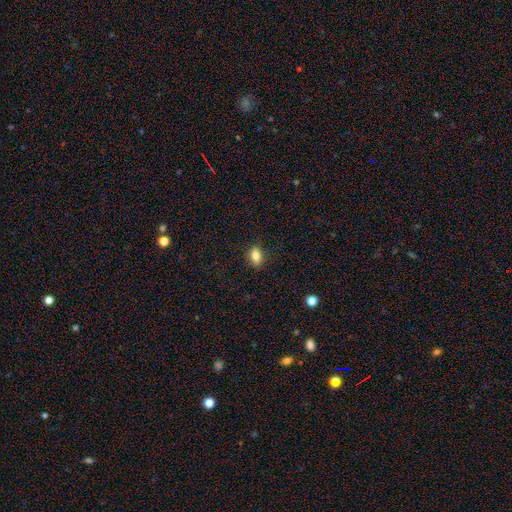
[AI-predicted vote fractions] Smooth or featured: smooth — 81% (featured or disk — 10%)
How rounded: in between — 80% (round — 17%)
Merging: none — 86% (minor disturbance — 11%)